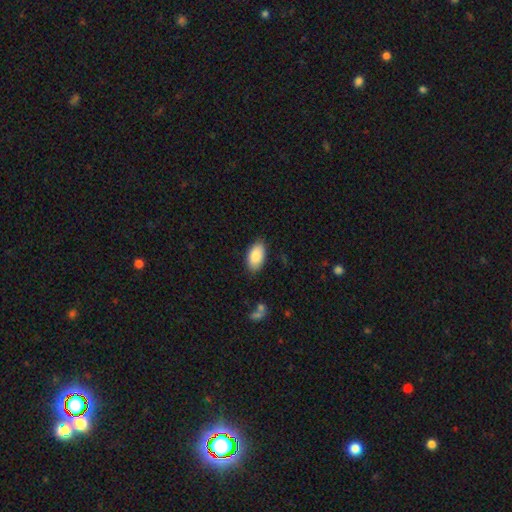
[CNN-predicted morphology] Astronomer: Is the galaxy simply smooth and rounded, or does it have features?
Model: smooth — 88%.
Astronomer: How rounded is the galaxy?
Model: in between — 95%.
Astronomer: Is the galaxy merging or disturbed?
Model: none — 84%.